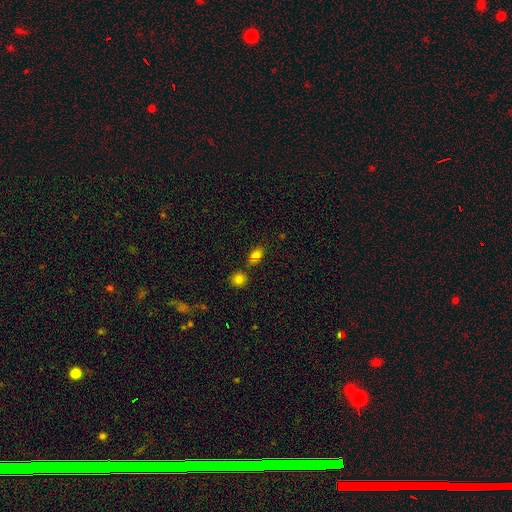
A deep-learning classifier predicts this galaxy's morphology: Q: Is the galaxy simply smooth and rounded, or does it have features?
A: smooth — 81%.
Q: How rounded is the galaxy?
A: in between — 80%.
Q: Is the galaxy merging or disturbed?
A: none — 68%.